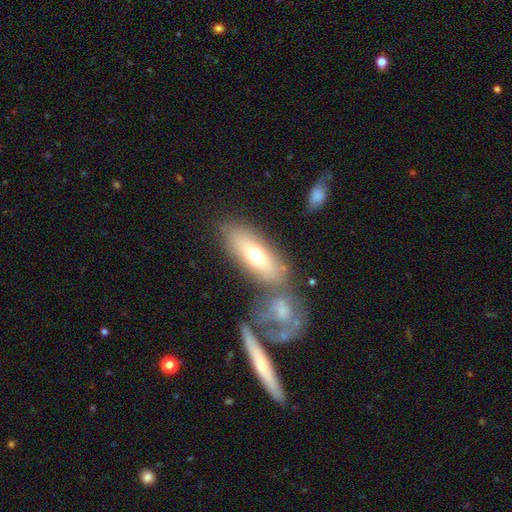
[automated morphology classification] This is likely a smooth galaxy (63%). How rounded: likely in between (66%). Merging: possibly none (59%).